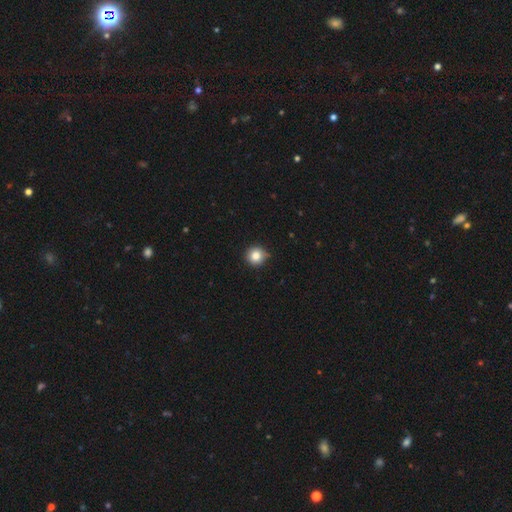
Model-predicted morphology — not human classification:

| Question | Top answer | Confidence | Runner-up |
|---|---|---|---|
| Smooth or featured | smooth | 84% | star or artifact (11%) |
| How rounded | round | 94% | in between (5%) |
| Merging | none | 81% | minor disturbance (15%) |